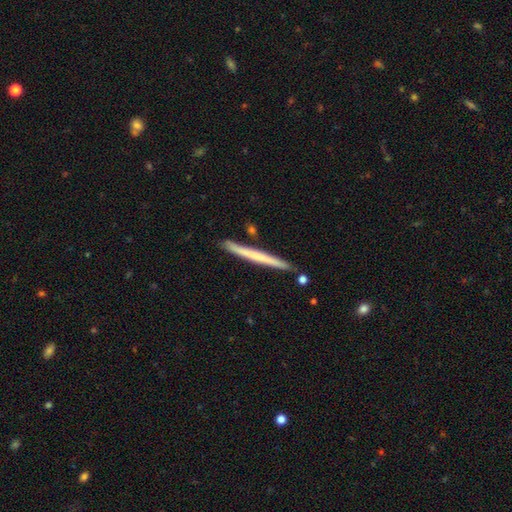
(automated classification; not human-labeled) Smooth or featured?
  - smooth: 53% *
  - featured or disk: 42%
  - star or artifact: 5%
How rounded?
  - cigar-shaped: 97% *
  - in between: 1%
  - round: 1%
Merging?
  - none: 88% *
  - minor disturbance: 8%
  - merger: 3%
  - major disturbance: 1%